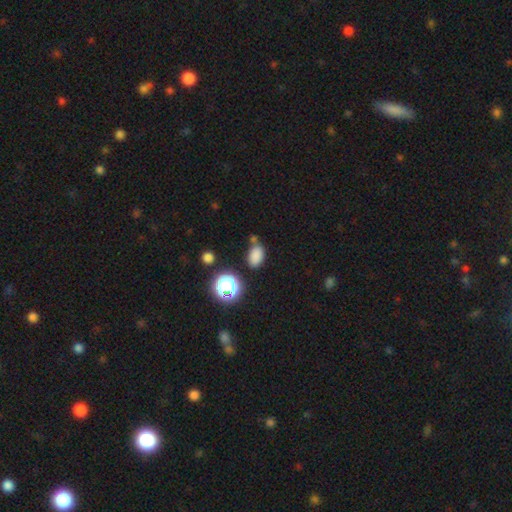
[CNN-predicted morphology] smooth 80%, star or artifact 15%, featured or disk 5%. Down the decision tree: how rounded — in between (81%); merging — none (72%).